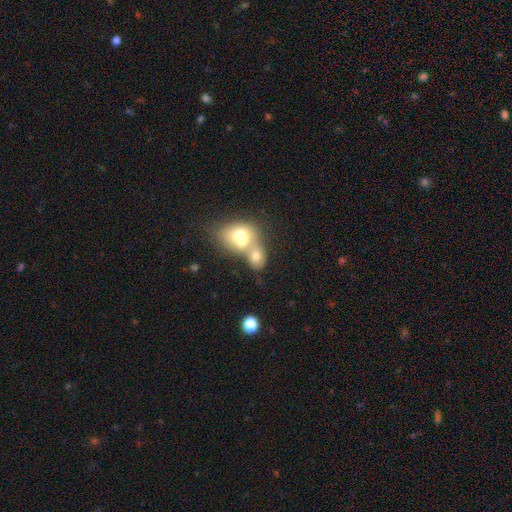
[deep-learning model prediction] A smooth galaxy with no disk features (70%) that is in between round and cigar-shaped (59%). Merging: merger (73%).